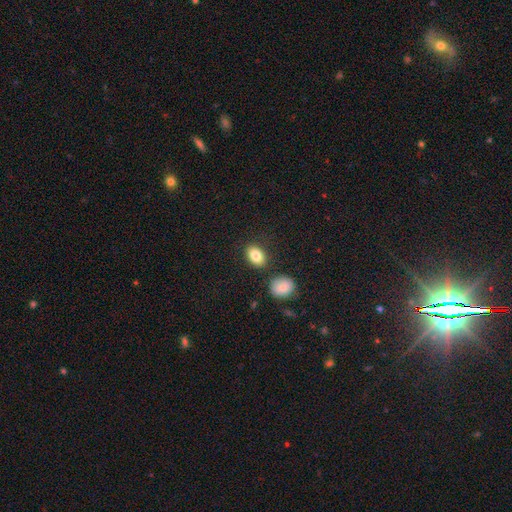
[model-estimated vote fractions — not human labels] Smooth or featured: smooth — 84% (star or artifact — 8%)
How rounded: in between — 80% (round — 19%)
Merging: none — 79% (minor disturbance — 11%)